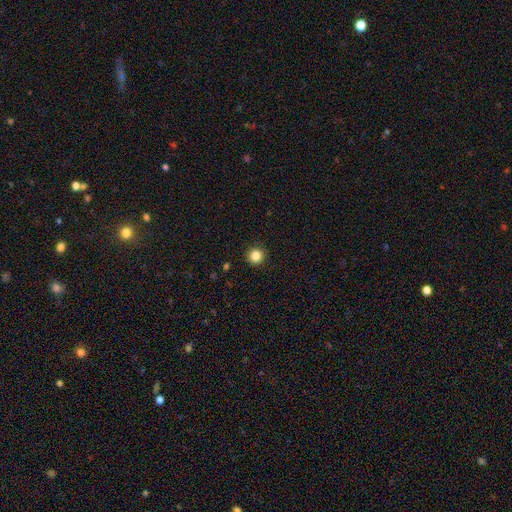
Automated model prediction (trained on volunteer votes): Smooth or featured? smooth (86%)
How rounded? round (94%)
Merging? none (92%)